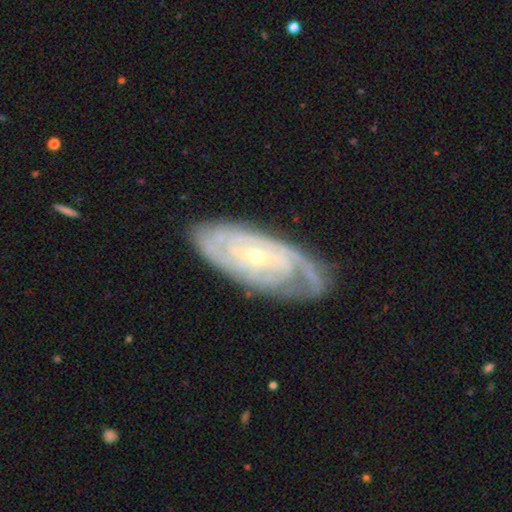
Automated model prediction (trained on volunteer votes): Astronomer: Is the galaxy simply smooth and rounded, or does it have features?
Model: featured or disk — 86%.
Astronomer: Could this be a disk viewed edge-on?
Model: no — 91%.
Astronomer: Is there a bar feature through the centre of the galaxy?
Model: no — 53% (runner-up: weak, 33%).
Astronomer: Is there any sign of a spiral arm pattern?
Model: yes — 95%.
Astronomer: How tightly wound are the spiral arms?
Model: tight — 71%.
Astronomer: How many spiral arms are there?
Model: can't tell — 36% (runner-up: 2, 25%).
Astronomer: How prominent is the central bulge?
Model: small — 74%.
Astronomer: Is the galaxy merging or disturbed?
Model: none — 72%.